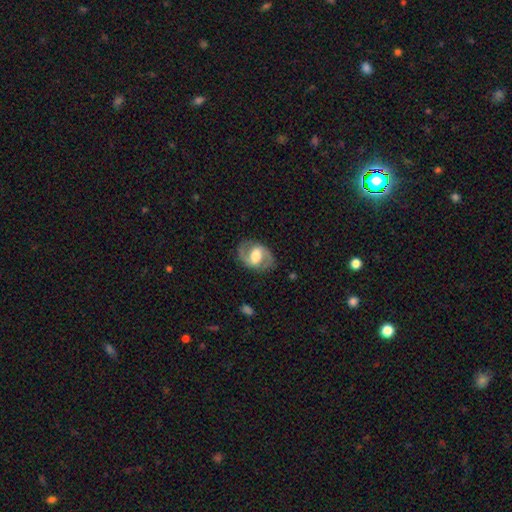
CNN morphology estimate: A featured or disk galaxy (79%) with a weak bar (47%), 2 (91%) medium (56%) spiral arms (89%) and a moderate central bulge (54%). Merging: none (82%).